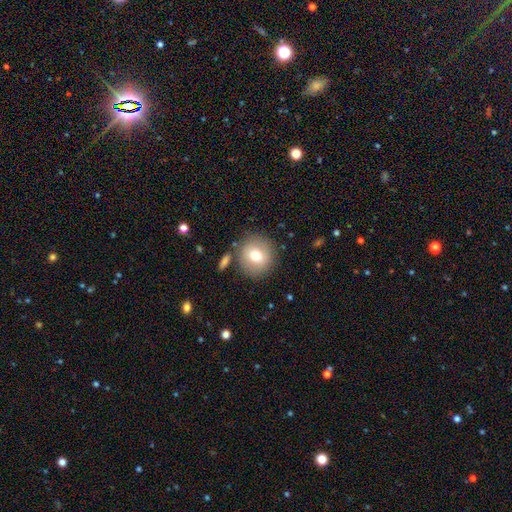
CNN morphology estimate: smooth 73%, featured or disk 17%, star or artifact 9%. Down the decision tree: how rounded — round (92%); merging — none (83%).